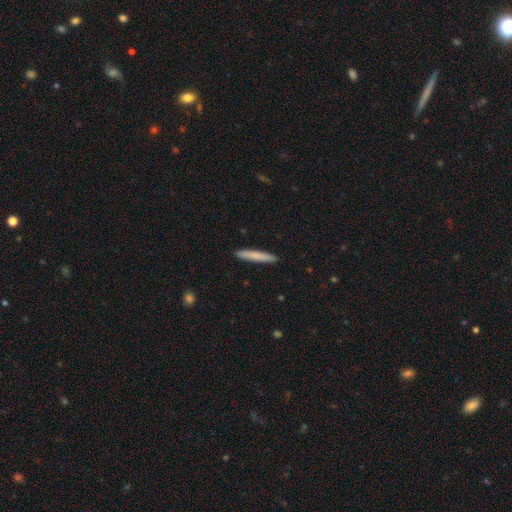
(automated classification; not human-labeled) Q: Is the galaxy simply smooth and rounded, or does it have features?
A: smooth — 77%.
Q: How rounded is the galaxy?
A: cigar-shaped — 95%.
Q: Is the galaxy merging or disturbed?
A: none — 92%.